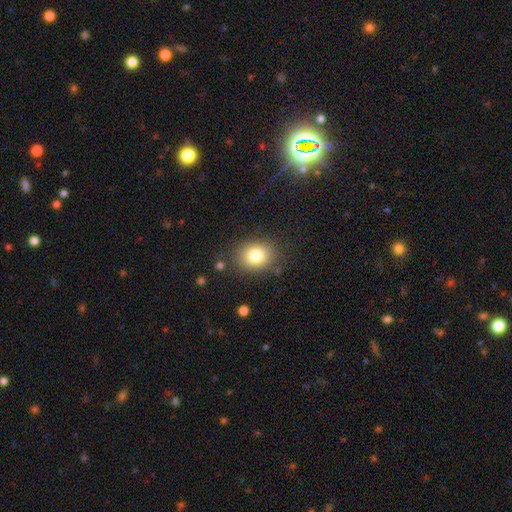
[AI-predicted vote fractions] Smooth or featured: smooth — 80% (star or artifact — 11%)
How rounded: round — 53% (in between — 46%)
Merging: none — 83% (minor disturbance — 11%)